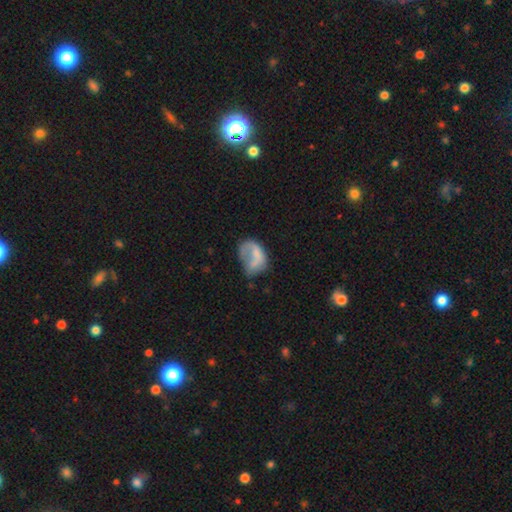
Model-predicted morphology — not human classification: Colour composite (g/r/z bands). It shows a smooth galaxy with no disk features (60%) that is in between round and cigar-shaped (78%). Merging: major disturbance (40%).